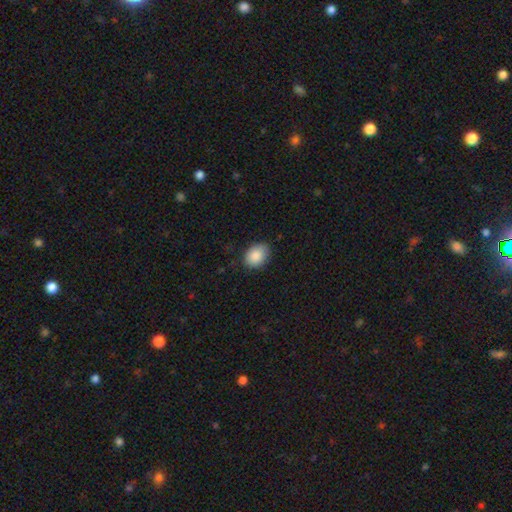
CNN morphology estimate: A smooth galaxy with no disk features (88%) that is in between round and cigar-shaped (70%).

Vote fractions:
- Smooth or featured? smooth: 88% / star or artifact: 7% / featured or disk: 5%
- How rounded? in between: 70% / round: 29% / cigar-shaped: 1%
- Merging? none: 79% / minor disturbance: 17% / major disturbance: 3% / merger: 1%